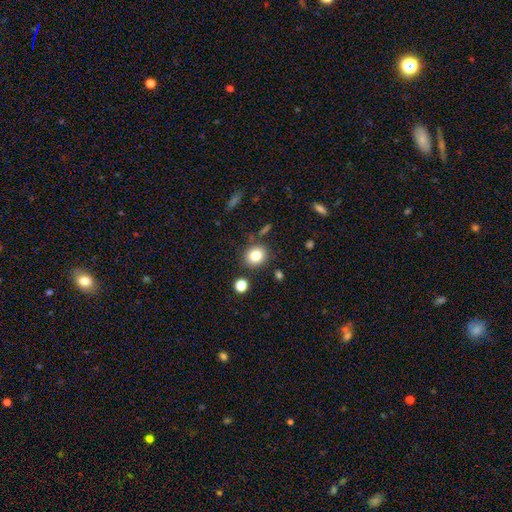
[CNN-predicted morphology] Q: Smooth or featured?
A: smooth (82%); runner-up: star or artifact (11%)
Q: How rounded?
A: round (77%); runner-up: in between (22%)
Q: Merging?
A: none (83%); runner-up: minor disturbance (9%)